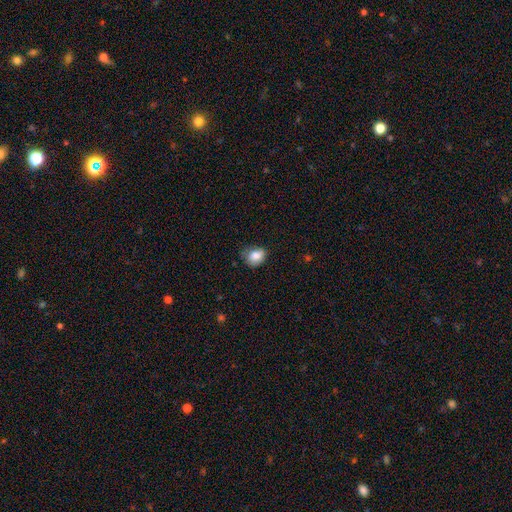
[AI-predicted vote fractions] A smooth galaxy with no disk features (83%) that is in between round and cigar-shaped (50%). Merging: none (56%).